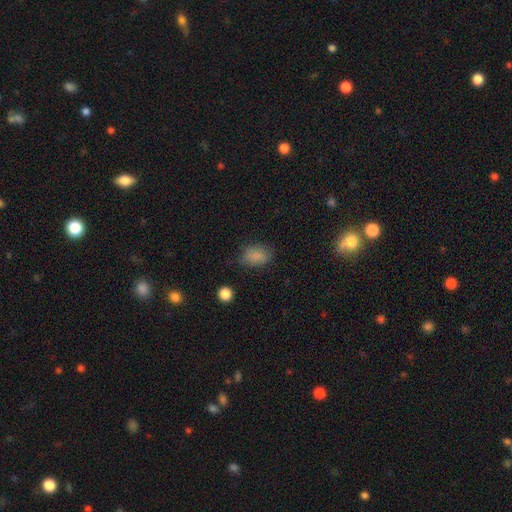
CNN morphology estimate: This appears to be a smooth galaxy with no disk features (84%) that is in between round and cigar-shaped (78%). Merging: none (74%).